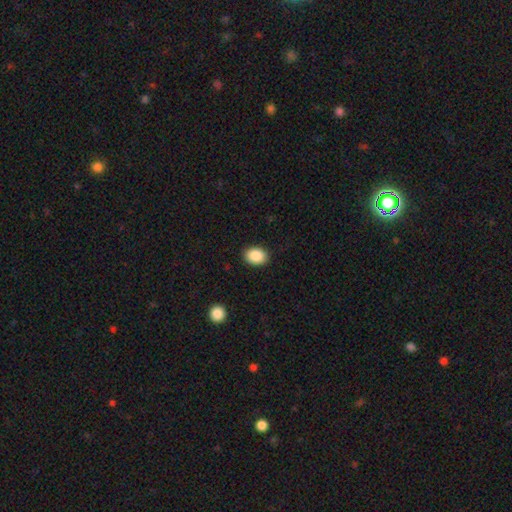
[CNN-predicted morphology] A smooth galaxy with no disk features (89%) that is in between round and cigar-shaped (69%).

Vote fractions:
- Smooth or featured? smooth: 89% / star or artifact: 8% / featured or disk: 3%
- How rounded? in between: 69% / round: 30% / cigar-shaped: 1%
- Merging? none: 89% / minor disturbance: 8% / major disturbance: 2% / merger: 1%